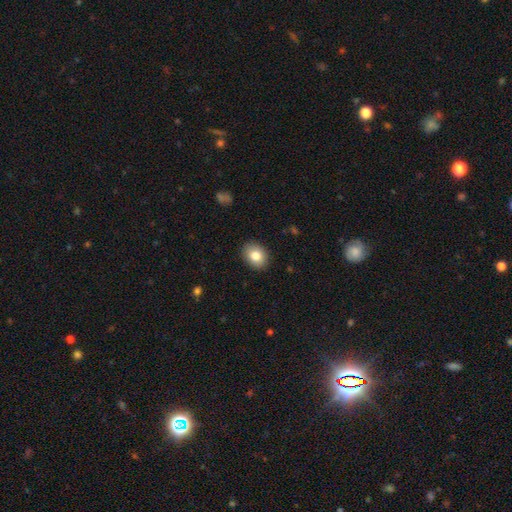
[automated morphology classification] Smooth or featured: smooth — 83% (featured or disk — 9%)
How rounded: in between — 58% (round — 41%)
Merging: none — 90% (minor disturbance — 8%)